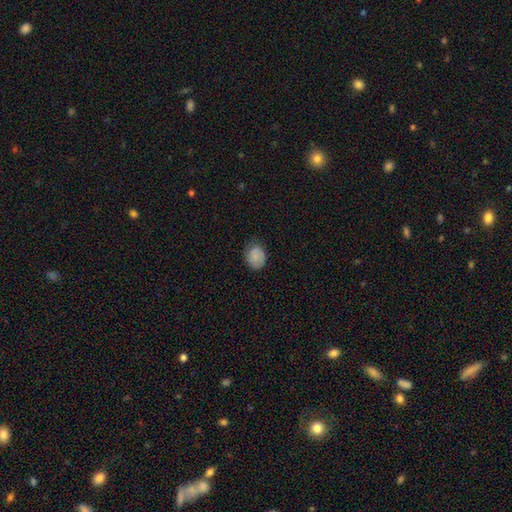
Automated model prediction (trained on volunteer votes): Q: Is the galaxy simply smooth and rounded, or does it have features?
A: smooth — 83%.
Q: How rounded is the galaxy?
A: in between — 56%.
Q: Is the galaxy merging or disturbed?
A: none — 68%.